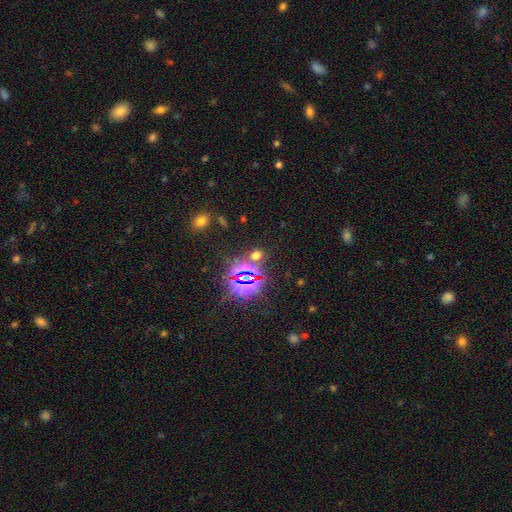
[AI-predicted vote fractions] Smooth or featured: star or artifact — 58% (smooth — 34%)